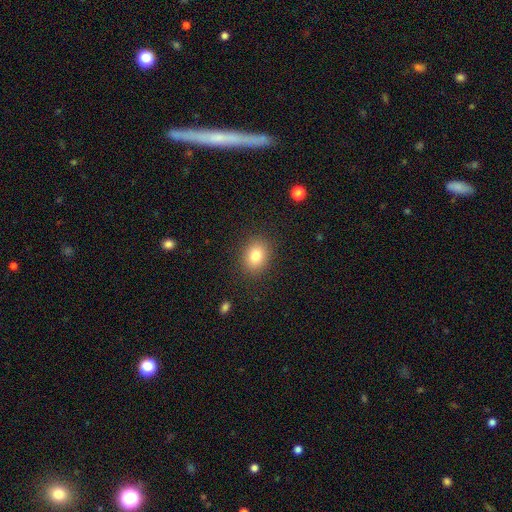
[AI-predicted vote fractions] Overall: smooth (81%). How rounded: in between (53%; round 46%). Merging: none (88%).